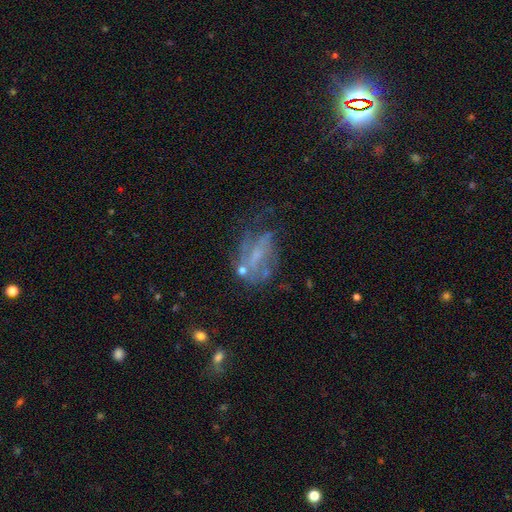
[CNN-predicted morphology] This appears to be a featured or disk galaxy (61%) with no bar (57%), no spiral arms (51%) and no central bulge (41%). Merging: none (37%).